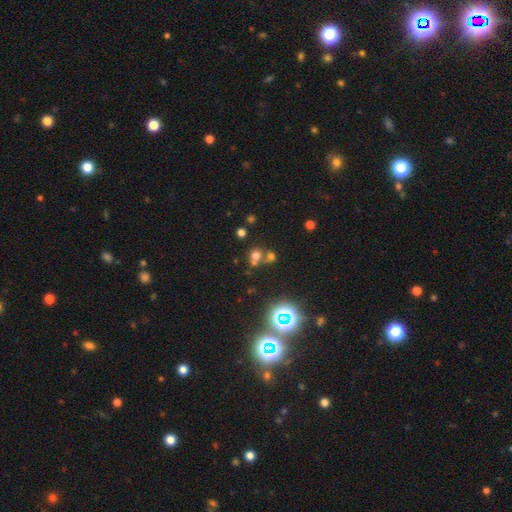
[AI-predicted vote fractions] smooth-or-featured: smooth: 58% | star or artifact: 30% | featured or disk: 12%
  how-rounded: round: 79% | in between: 19% | cigar-shaped: 1%
  merging: none: 48% | merger: 39% | minor disturbance: 8% | major disturbance: 5%